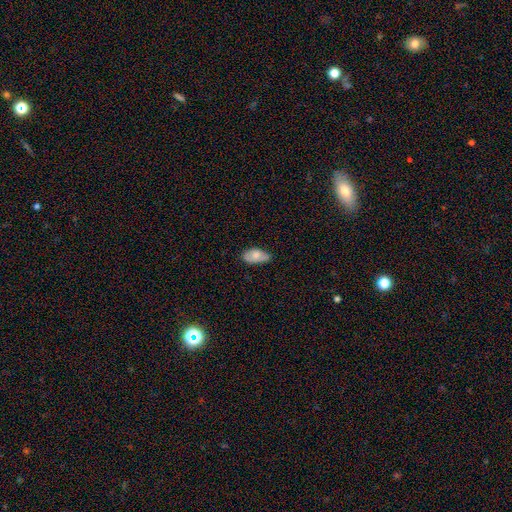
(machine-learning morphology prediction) type=smooth (76%); roundness=in between (93%); merging=none (64%).